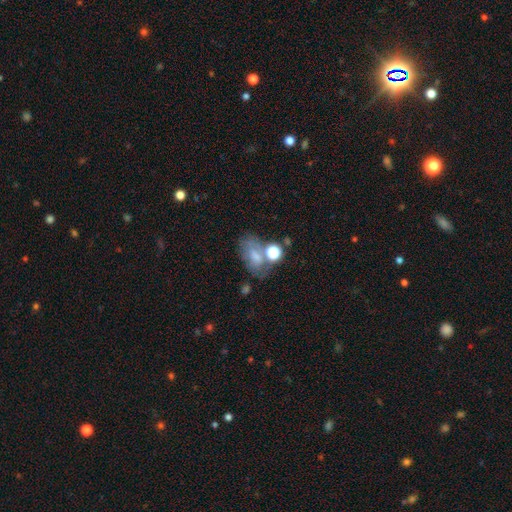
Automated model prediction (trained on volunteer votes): Overall: smooth (61%; featured or disk 24%). How rounded: in between (81%). Merging: none (41%; merger 23%).